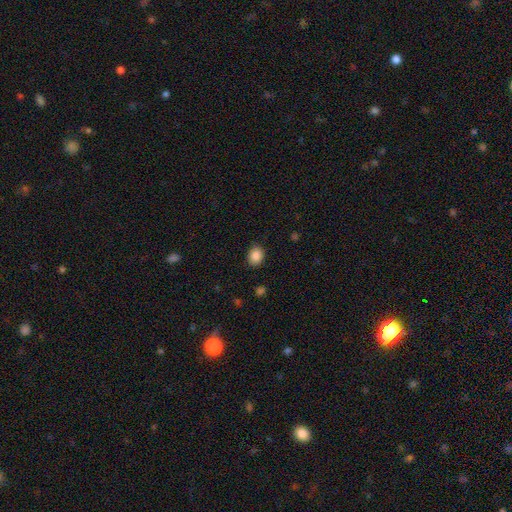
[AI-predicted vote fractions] Smooth or featured?
  - smooth: 88% *
  - star or artifact: 9%
  - featured or disk: 3%
How rounded?
  - round: 51% *
  - in between: 48%
  - cigar-shaped: 1%
Merging?
  - none: 87% *
  - minor disturbance: 9%
  - major disturbance: 2%
  - merger: 1%